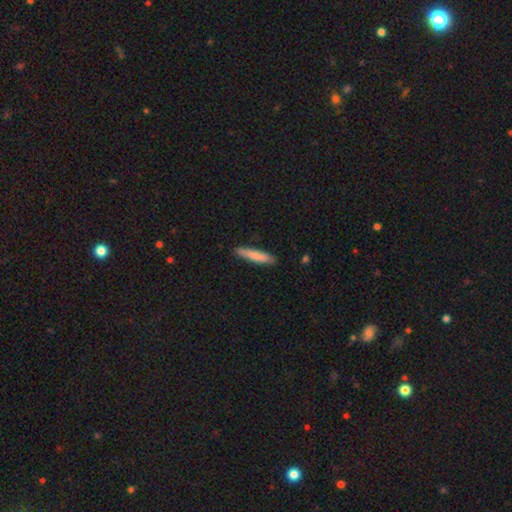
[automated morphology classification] smooth-or-featured: smooth: 77% | featured or disk: 17% | star or artifact: 5%
  how-rounded: cigar-shaped: 89% | in between: 10% | round: 1%
  merging: none: 86% | minor disturbance: 11% | major disturbance: 2% | merger: 1%